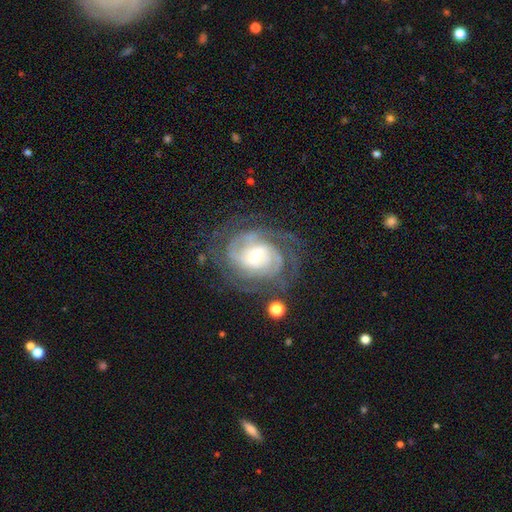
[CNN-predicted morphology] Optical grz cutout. It shows a featured or disk galaxy (87%) with a weak bar (49%), tight (61%) spiral arms (96%) and a moderate central bulge (46%). Merging: none (69%).